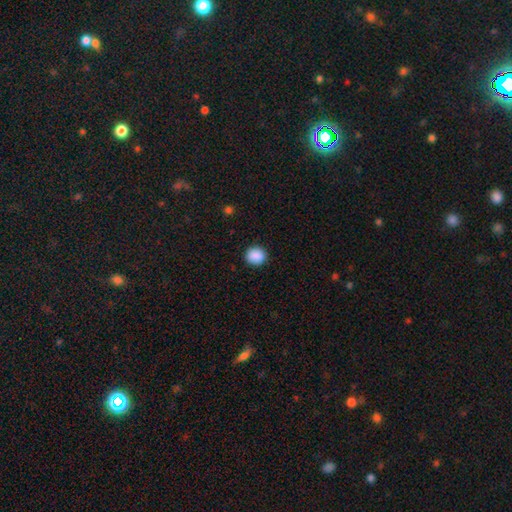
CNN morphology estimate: smooth 89%, star or artifact 8%, featured or disk 2%. Down the decision tree: how rounded — round (86%); merging — none (90%).